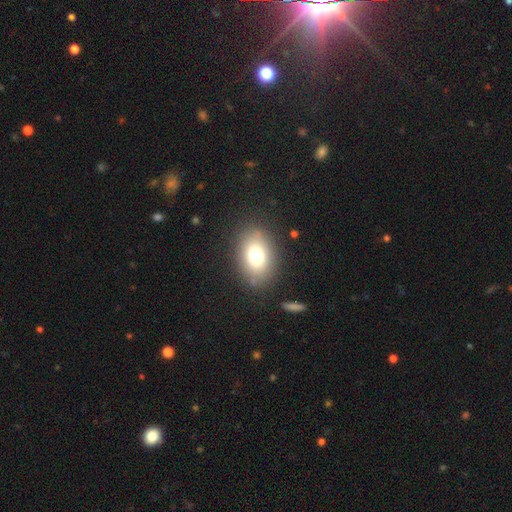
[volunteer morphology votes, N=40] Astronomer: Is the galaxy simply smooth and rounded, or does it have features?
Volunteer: smooth — 80%.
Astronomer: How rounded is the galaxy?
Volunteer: in between — 84%.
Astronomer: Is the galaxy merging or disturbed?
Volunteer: none — 86%.